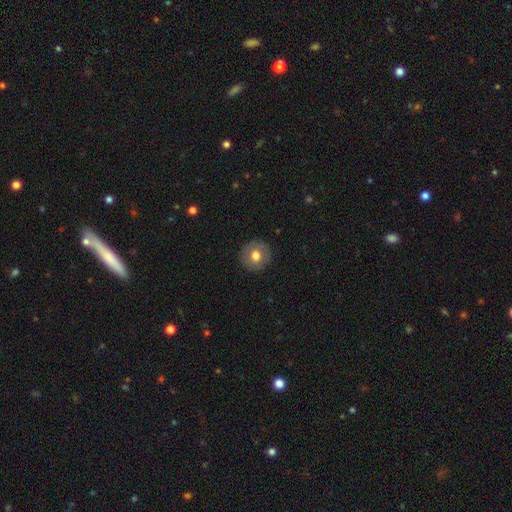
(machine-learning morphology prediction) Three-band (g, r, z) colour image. It shows a smooth galaxy with no disk features (72%) that is round (93%). Merging: none (90%).